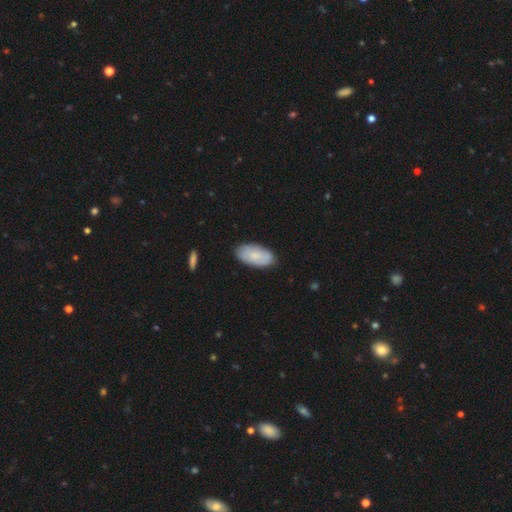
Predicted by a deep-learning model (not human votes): The model was most divided on "smooth or featured": smooth: 69%, featured or disk: 25%, star or artifact: 6%. More confident: how rounded — in between (94%); merging — none (82%).